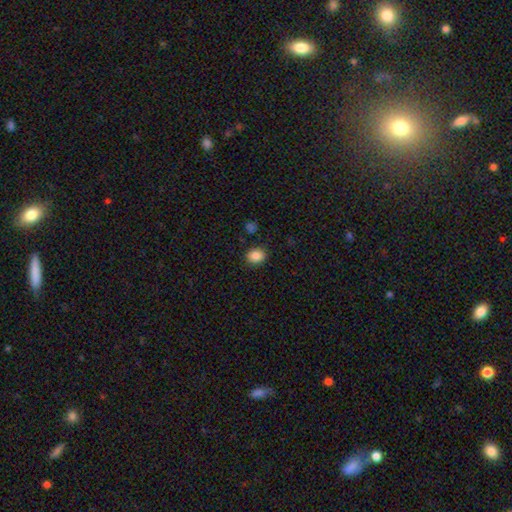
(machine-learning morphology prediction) Q: Smooth or featured?
A: smooth (86%); runner-up: star or artifact (9%)
Q: How rounded?
A: round (54%); runner-up: in between (45%)
Q: Merging?
A: none (87%); runner-up: minor disturbance (9%)